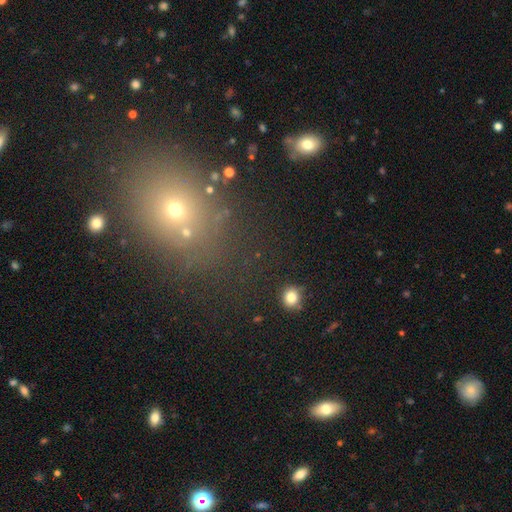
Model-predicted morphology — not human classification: Overall: smooth (48%; star or artifact 40%). Merging: none (79%).